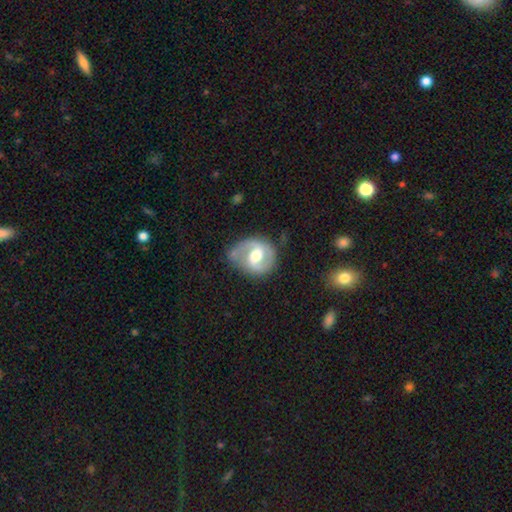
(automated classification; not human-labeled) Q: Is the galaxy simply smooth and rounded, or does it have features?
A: featured or disk — 78%.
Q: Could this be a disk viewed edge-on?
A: no — 98%.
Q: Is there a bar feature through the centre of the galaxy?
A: weak — 54%.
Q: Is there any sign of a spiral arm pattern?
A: yes — 89%.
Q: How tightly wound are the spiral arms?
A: medium — 51%.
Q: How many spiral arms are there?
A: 2 — 82%.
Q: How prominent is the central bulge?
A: moderate — 69%.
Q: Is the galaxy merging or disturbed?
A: none — 64%.